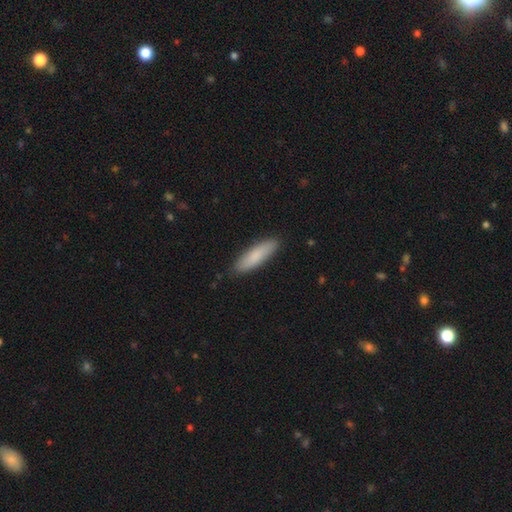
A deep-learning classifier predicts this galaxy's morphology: smooth-or-featured: smooth: 83% | featured or disk: 11% | star or artifact: 6%
  how-rounded: cigar-shaped: 67% | in between: 32% | round: 1%
  merging: none: 88% | minor disturbance: 9% | major disturbance: 2% | merger: 1%